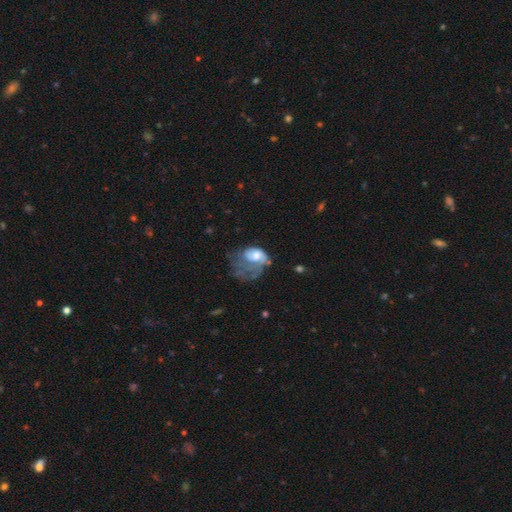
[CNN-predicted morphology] type=featured or disk (50%); merging=major disturbance (60%).